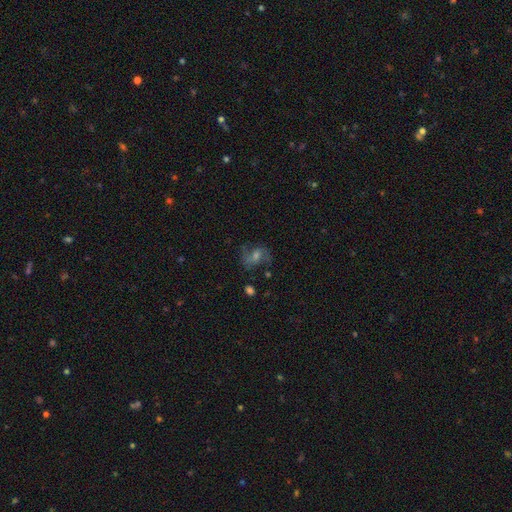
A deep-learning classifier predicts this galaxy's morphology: This appears to be a featured or disk galaxy (61%) with a weak bar (46%), 2 (81%) medium (45%) spiral arms (86%) and a moderate central bulge (48%). Merging: none (68%).